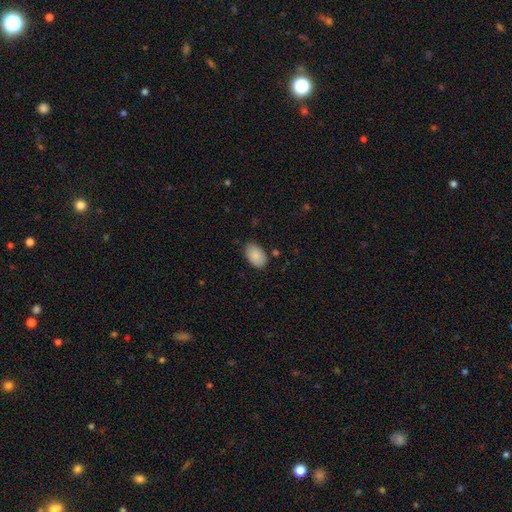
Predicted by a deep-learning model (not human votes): Smooth or featured? smooth (87%)
How rounded? in between (91%)
Merging? none (79%)